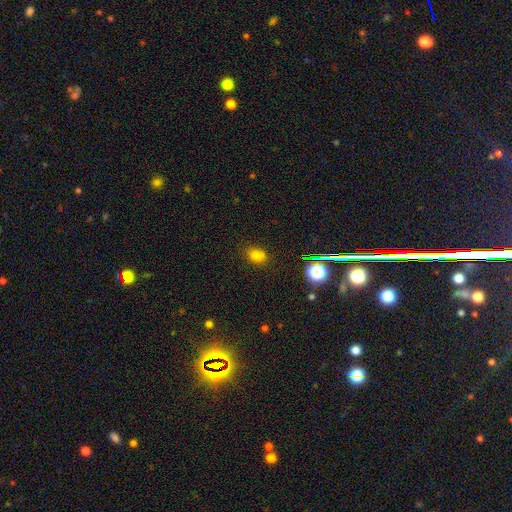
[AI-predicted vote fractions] smooth-or-featured: smooth: 67% | star or artifact: 23% | featured or disk: 10%
  how-rounded: round: 51% | in between: 47% | cigar-shaped: 2%
  merging: none: 55% | merger: 28% | minor disturbance: 13% | major disturbance: 5%